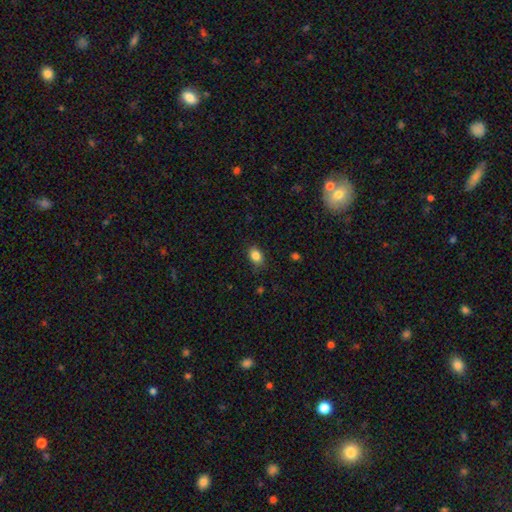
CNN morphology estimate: smooth 85%, star or artifact 9%, featured or disk 5%. Down the decision tree: how rounded — in between (78%); merging — none (82%).